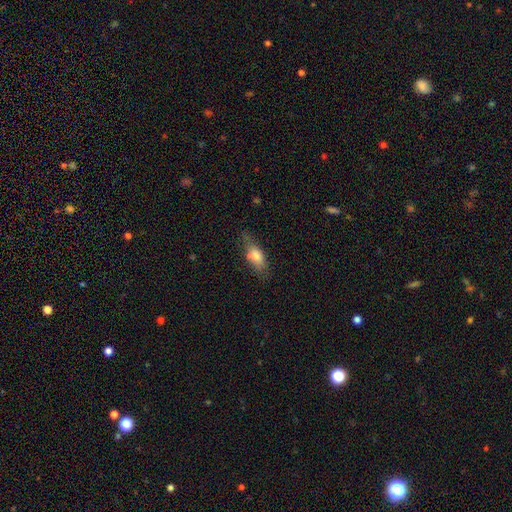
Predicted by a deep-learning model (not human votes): Morphology: type=smooth (72%); roundness=in between (75%); merging=none (62%).